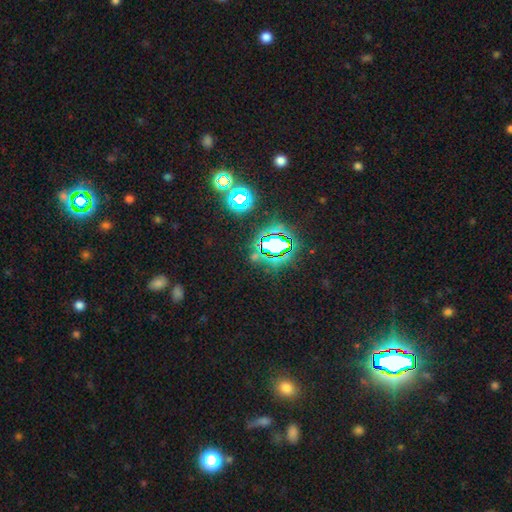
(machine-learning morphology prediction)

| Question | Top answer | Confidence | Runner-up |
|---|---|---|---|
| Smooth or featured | star or artifact | 74% | smooth (17%) |